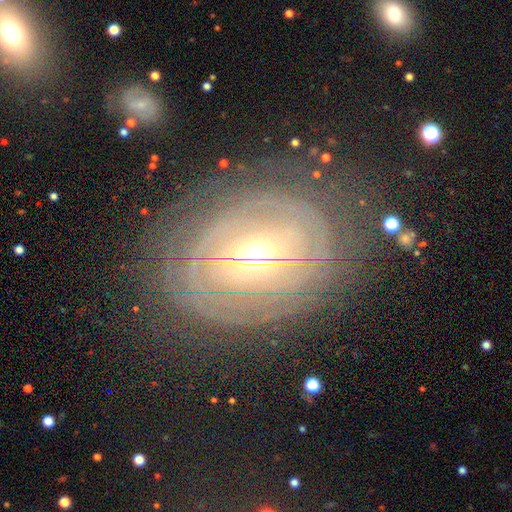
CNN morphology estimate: Q: Smooth or featured?
A: featured or disk (80%); runner-up: smooth (13%)
Q: Edge-on disk?
A: no (92%); runner-up: yes (8%)
Q: Bar?
A: no (49%); runner-up: weak (33%)
Q: Spiral arms?
A: yes (80%); runner-up: no (20%)
Q: Spiral winding?
A: tight (73%); runner-up: medium (18%)
Q: Spiral arm count?
A: can't tell (47%); runner-up: 2 (22%)
Q: Bulge size?
A: moderate (56%); runner-up: small (31%)
Q: Merging?
A: none (70%); runner-up: minor disturbance (18%)